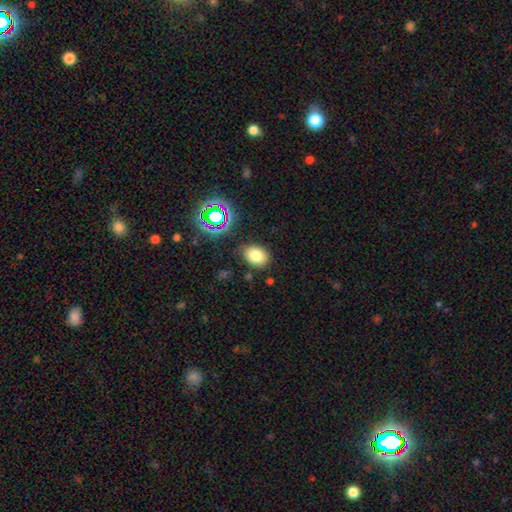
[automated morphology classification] A smooth galaxy with no disk features (76%) that is in between round and cigar-shaped (68%).

Vote fractions:
- Smooth or featured? smooth: 76% / star or artifact: 15% / featured or disk: 9%
- How rounded? in between: 68% / round: 31% / cigar-shaped: 1%
- Merging? none: 81% / minor disturbance: 12% / major disturbance: 3% / merger: 3%